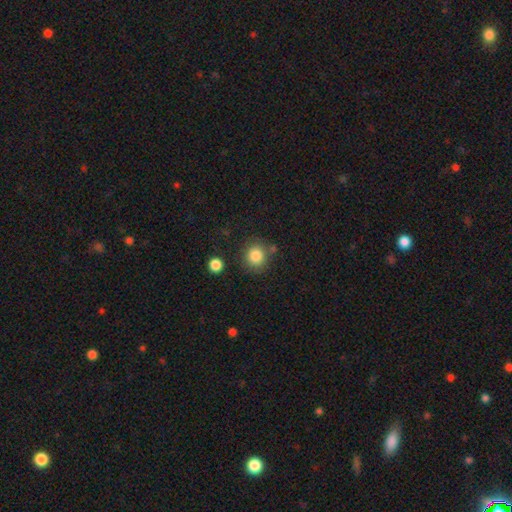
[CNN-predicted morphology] Smooth or featured?
  - smooth: 84% *
  - star or artifact: 10%
  - featured or disk: 6%
How rounded?
  - round: 87% *
  - in between: 12%
  - cigar-shaped: 1%
Merging?
  - none: 79% *
  - minor disturbance: 11%
  - merger: 7%
  - major disturbance: 4%